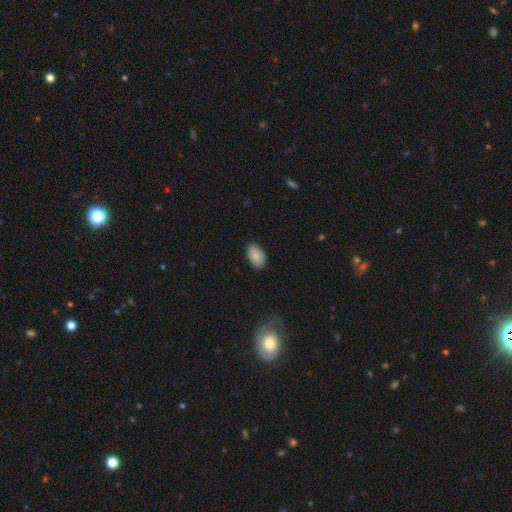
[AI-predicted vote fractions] A smooth galaxy with no disk features (88%) that is in between round and cigar-shaped (92%).

Vote fractions:
- Smooth or featured? smooth: 88% / star or artifact: 7% / featured or disk: 6%
- How rounded? in between: 92% / round: 7% / cigar-shaped: 1%
- Merging? none: 81% / minor disturbance: 16% / major disturbance: 3% / merger: 1%